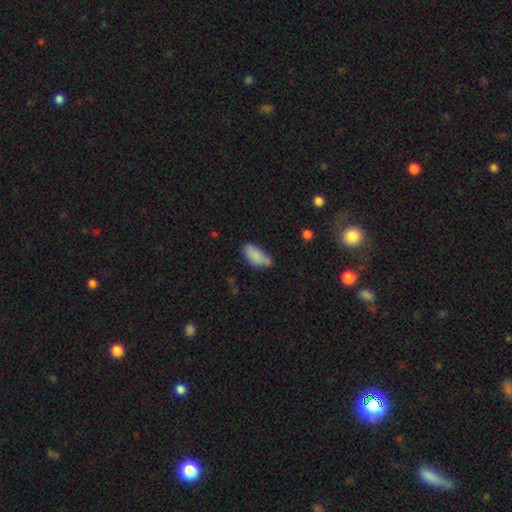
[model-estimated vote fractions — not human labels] Overall: smooth (84%). How rounded: in between (89%). Merging: none (55%; minor disturbance 29%).